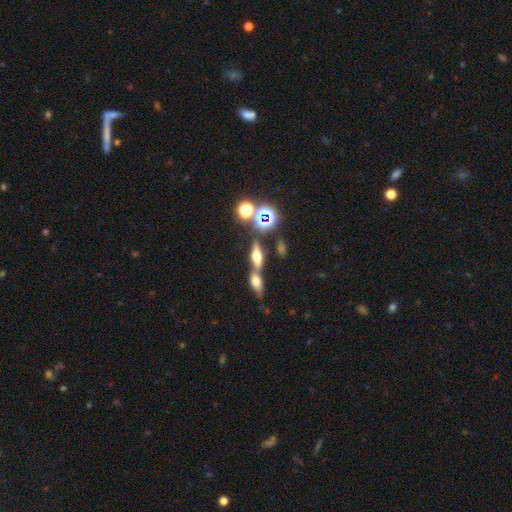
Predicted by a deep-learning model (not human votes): A featured or disk galaxy (49%). Merging: none (48%).